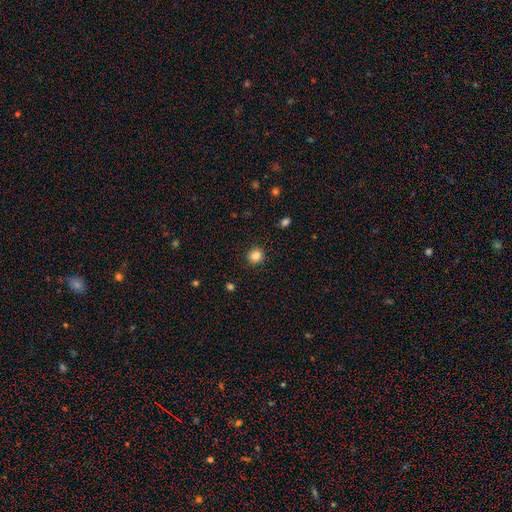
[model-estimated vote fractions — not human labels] Morphology: type=smooth (85%); roundness=round (82%); merging=none (90%).